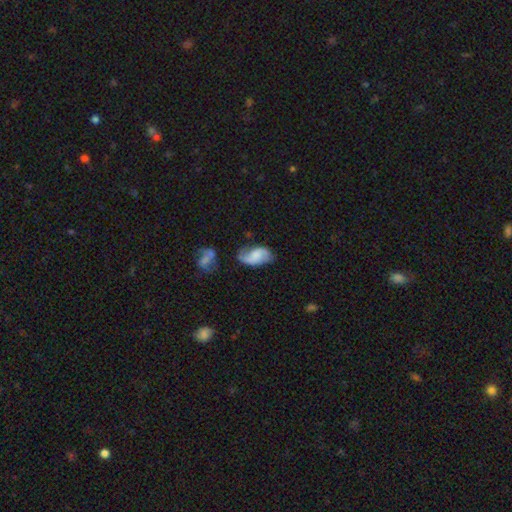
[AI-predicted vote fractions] Morphology: type=featured or disk (54%); edge-on=no (96%); bar=no (56%); spiral arms=yes (87%); bulge=none (39%); merging=none (55%).